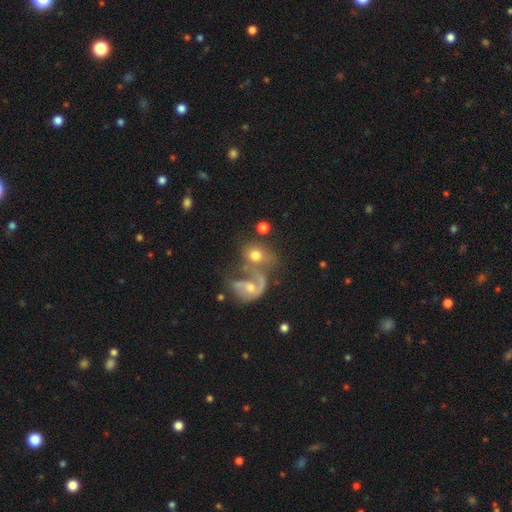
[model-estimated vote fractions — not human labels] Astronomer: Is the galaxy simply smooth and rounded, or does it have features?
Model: smooth — 54% (runner-up: featured or disk, 36%).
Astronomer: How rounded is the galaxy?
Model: round — 55% (runner-up: in between, 43%).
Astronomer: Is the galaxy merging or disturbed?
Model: merger — 52%.